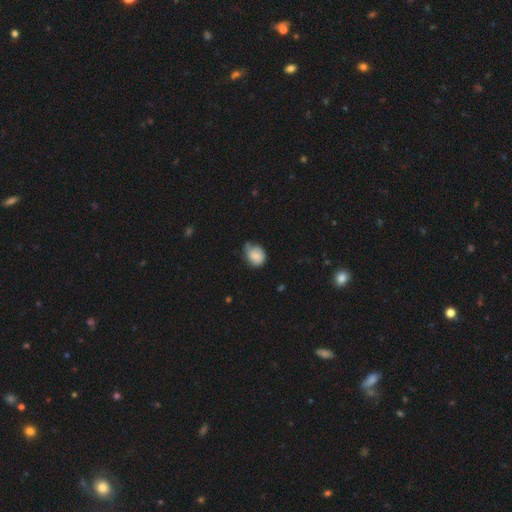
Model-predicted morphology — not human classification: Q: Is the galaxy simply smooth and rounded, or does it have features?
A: smooth — 73%.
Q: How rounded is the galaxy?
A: round — 56%.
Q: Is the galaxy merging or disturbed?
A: minor disturbance — 43%.